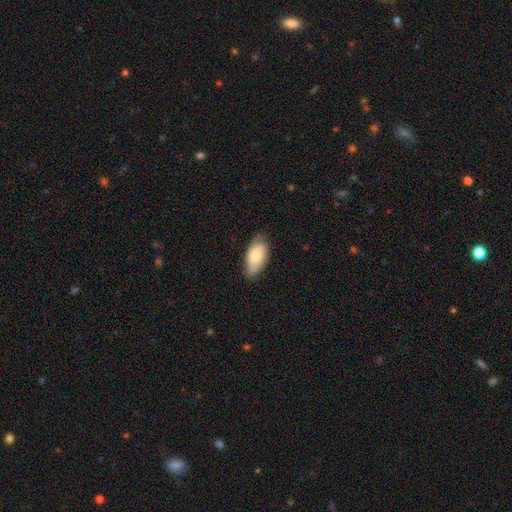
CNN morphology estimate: Smooth or featured? Predicted: smooth (p=0.66). How rounded? Predicted: in between (p=0.91). Merging? Predicted: none (p=0.72).